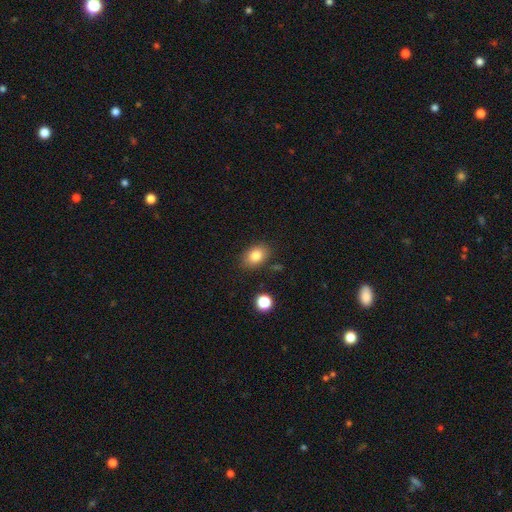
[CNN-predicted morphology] This appears to be a smooth galaxy with no disk features (82%) that is in between round and cigar-shaped (75%). Merging: none (83%).